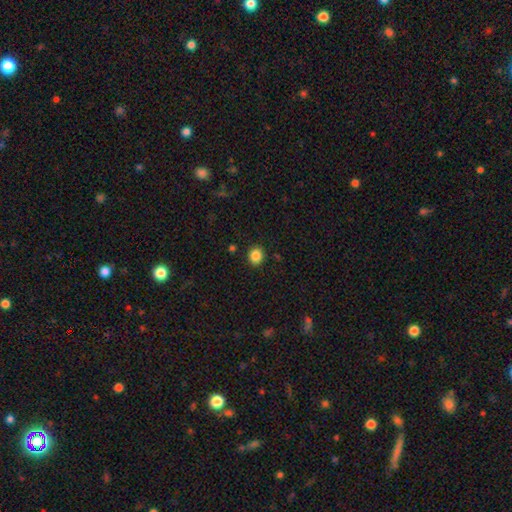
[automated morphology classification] Smooth or featured: smooth — 86% (star or artifact — 10%)
How rounded: round — 73% (in between — 27%)
Merging: none — 89% (minor disturbance — 7%)